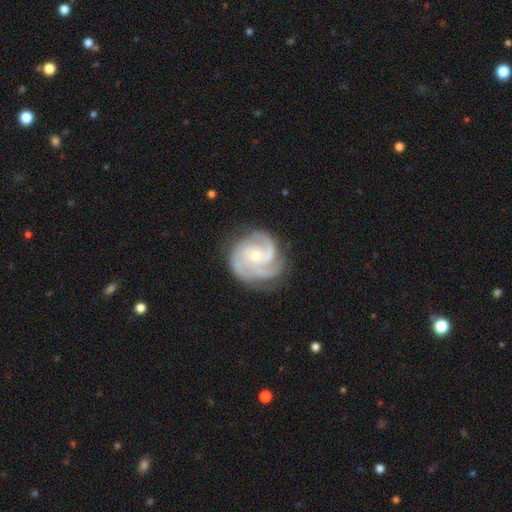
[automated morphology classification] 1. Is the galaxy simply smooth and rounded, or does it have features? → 92% featured or disk, 4% smooth, 4% star or artifact.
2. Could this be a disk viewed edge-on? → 98% no, 2% yes.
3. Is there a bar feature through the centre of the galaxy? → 69% no, 25% weak, 6% strong.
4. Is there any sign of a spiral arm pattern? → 99% yes, 1% no.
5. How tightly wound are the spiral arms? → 64% tight, 32% medium, 4% loose.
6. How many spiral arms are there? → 59% 3, 21% 2, 6% can't tell, 6% 4, 4% 1, 4% more than 4.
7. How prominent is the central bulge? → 65% small, 32% moderate, 1% none, 1% large, 1% dominant.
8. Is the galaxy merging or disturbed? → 77% none, 16% minor disturbance, 5% major disturbance, 1% merger.